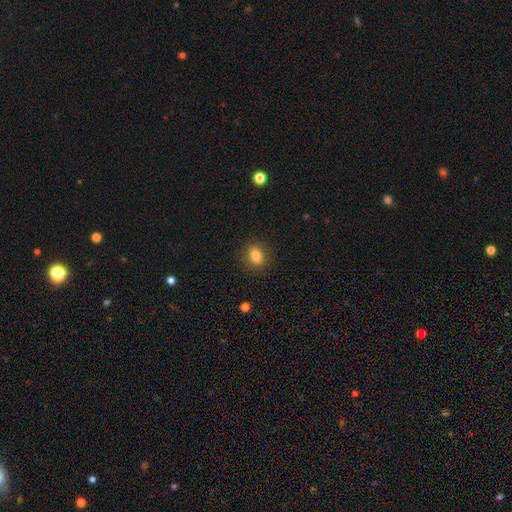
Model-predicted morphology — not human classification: Overall: smooth (82%). How rounded: in between (58%; round 40%). Merging: none (88%).